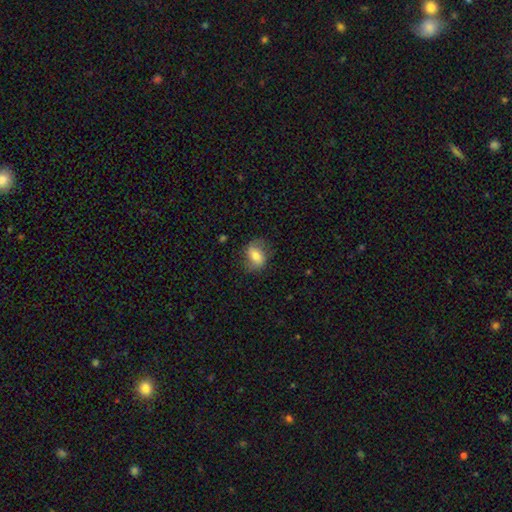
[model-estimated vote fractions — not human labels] A smooth galaxy with no disk features (60%) that is in between round and cigar-shaped (70%). Merging: none (71%).